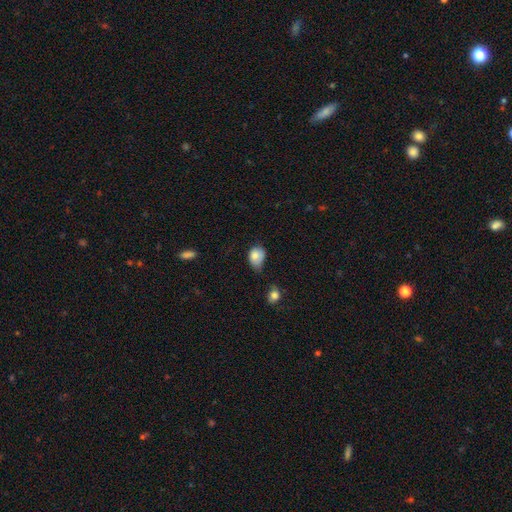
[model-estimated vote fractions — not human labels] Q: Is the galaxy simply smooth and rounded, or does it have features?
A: smooth — 79%.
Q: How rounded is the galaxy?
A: in between — 64%.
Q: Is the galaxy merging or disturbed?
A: minor disturbance — 47%.